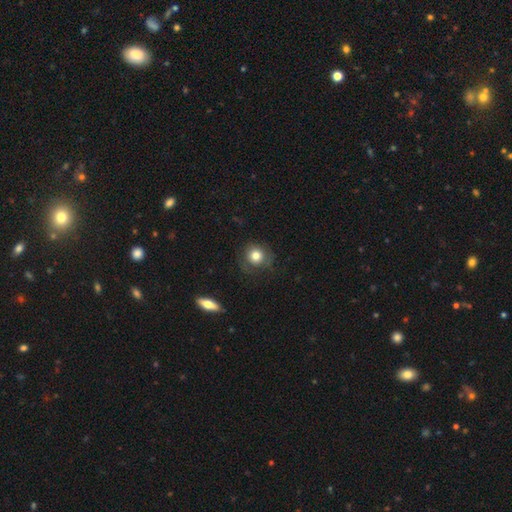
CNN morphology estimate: A smooth galaxy with no disk features (78%) that is round (87%). Merging: none (74%).